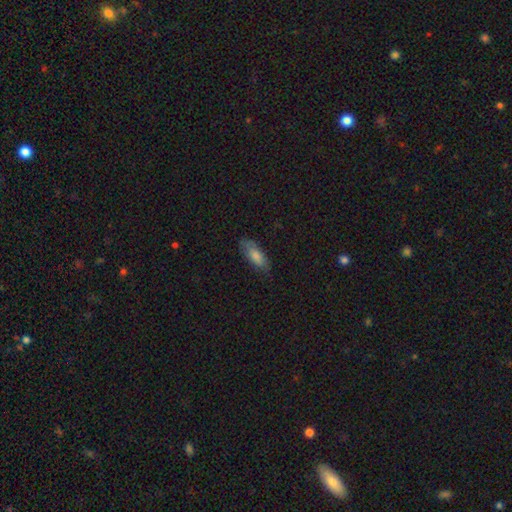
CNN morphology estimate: This is likely a smooth galaxy (72%). How rounded: likely in between (69%). Merging: likely none (76%).